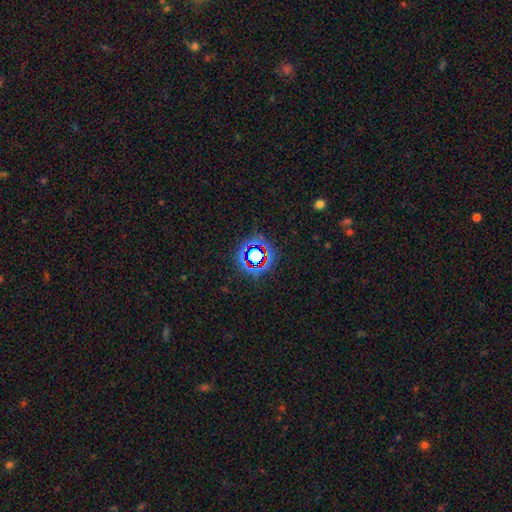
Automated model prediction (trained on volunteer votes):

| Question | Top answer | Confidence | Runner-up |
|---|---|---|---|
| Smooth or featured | star or artifact | 66% | smooth (22%) |